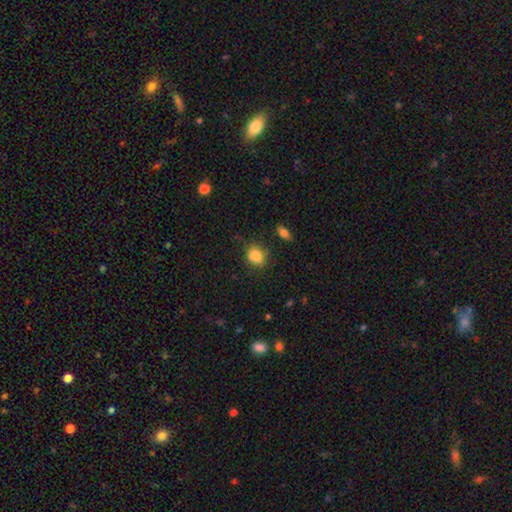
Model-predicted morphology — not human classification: smooth-or-featured: smooth: 83% | star or artifact: 10% | featured or disk: 7%
  how-rounded: in between: 52% | round: 46% | cigar-shaped: 1%
  merging: none: 64% | minor disturbance: 25% | major disturbance: 7% | merger: 4%